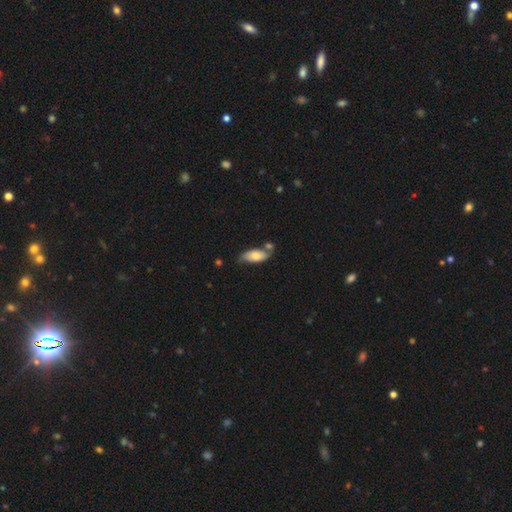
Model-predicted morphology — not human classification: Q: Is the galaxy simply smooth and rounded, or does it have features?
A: smooth — 66%.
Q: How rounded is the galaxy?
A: in between — 86%.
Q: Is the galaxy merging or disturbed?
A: none — 54%.